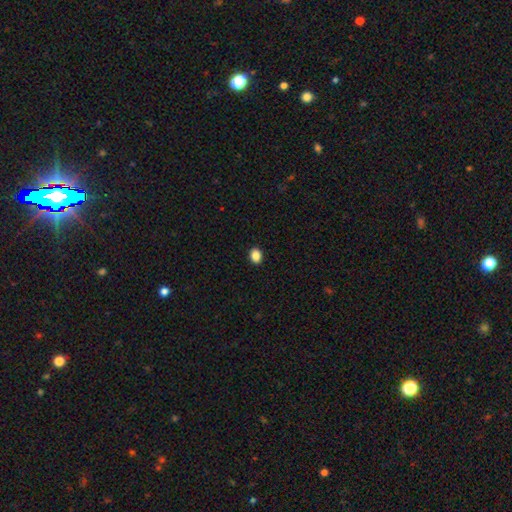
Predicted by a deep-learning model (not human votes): Smooth or featured? Predicted: smooth (p=0.87). How rounded? Predicted: in between (p=0.52). Merging? Predicted: none (p=0.91).